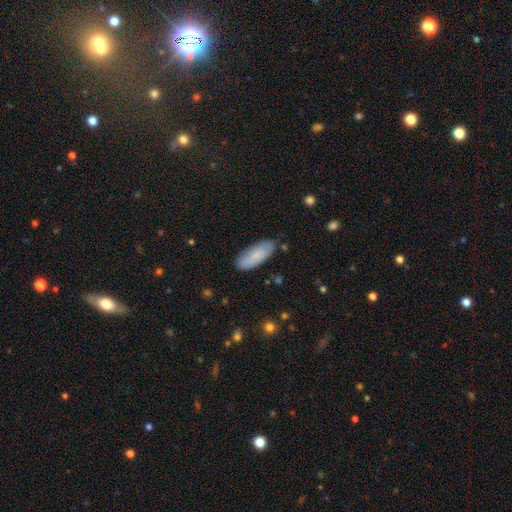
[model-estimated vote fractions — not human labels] smooth_or_featured: smooth (p=0.80) [alt: featured or disk p=0.14]
how_rounded: in between (p=0.79) [alt: cigar-shaped p=0.19]
merging: none (p=0.80) [alt: minor disturbance p=0.16]